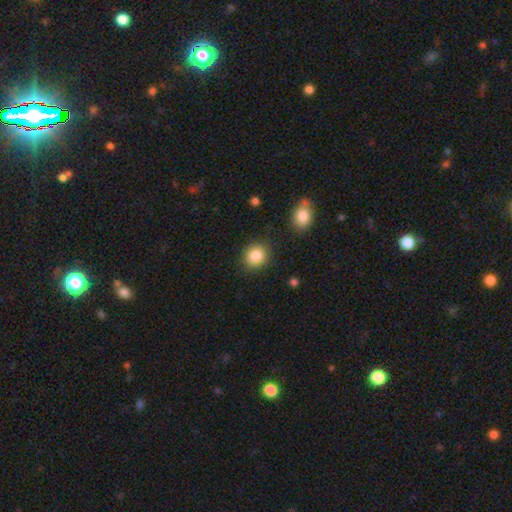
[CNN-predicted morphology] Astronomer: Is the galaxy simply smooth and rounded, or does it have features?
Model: smooth — 86%.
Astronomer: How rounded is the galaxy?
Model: round — 82%.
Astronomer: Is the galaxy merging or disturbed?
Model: none — 86%.